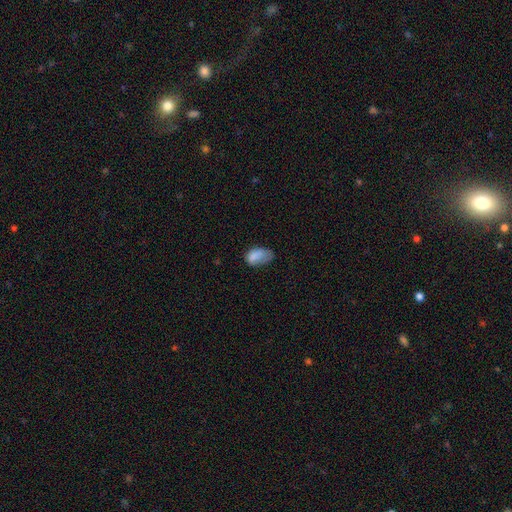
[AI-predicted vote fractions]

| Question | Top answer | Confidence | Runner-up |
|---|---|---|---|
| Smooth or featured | smooth | 81% | featured or disk (10%) |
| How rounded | in between | 90% | round (8%) |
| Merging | minor disturbance | 40% | none (34%) |